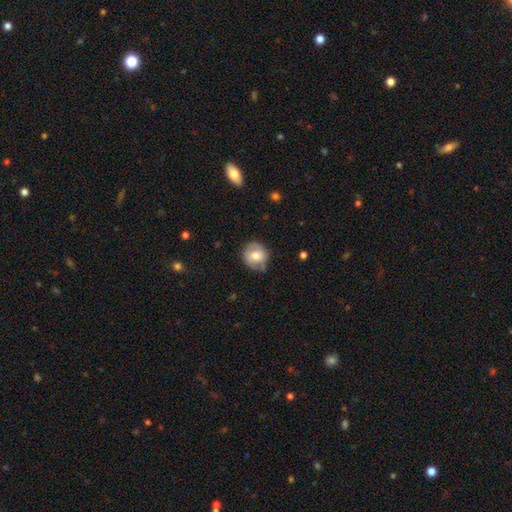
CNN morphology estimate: Smooth or featured? smooth (60%)
How rounded? round (80%)
Merging? none (67%)